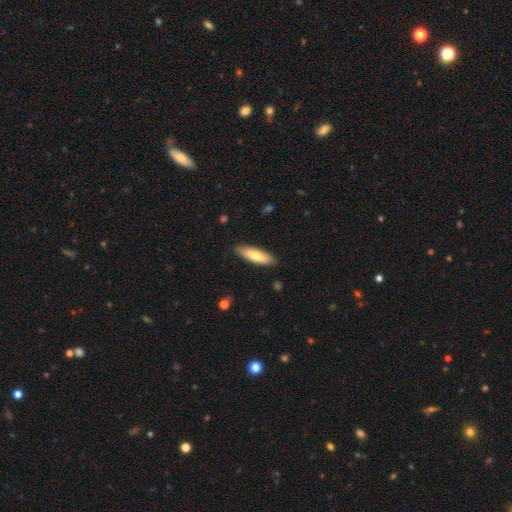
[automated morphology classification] A smooth galaxy with no disk features (73%) that is cigar-shaped (53%).

Vote fractions:
- Smooth or featured? smooth: 73% / featured or disk: 22% / star or artifact: 5%
- How rounded? cigar-shaped: 53% / in between: 46% / round: 2%
- Merging? none: 87% / minor disturbance: 10% / major disturbance: 2% / merger: 1%